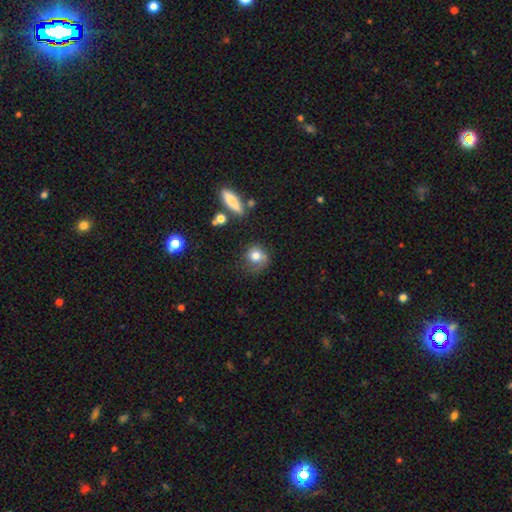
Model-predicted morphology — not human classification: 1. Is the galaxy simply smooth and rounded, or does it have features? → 76% smooth, 14% featured or disk, 11% star or artifact.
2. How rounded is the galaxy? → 76% round, 22% in between, 2% cigar-shaped.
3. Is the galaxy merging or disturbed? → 55% none, 27% minor disturbance, 13% major disturbance, 5% merger.